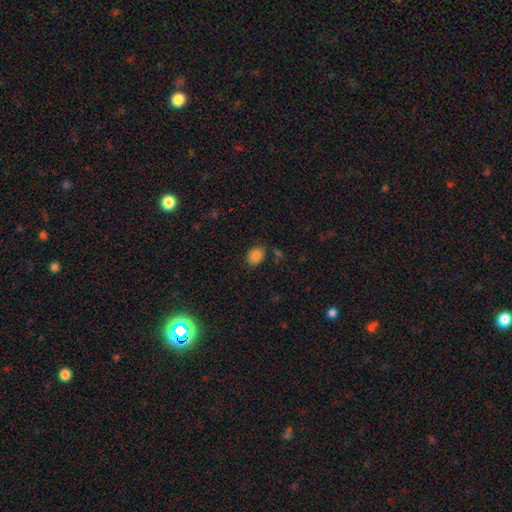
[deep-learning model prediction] smooth_or_featured: smooth (p=0.85) [alt: star or artifact p=0.10]
how_rounded: in between (p=0.68) [alt: round p=0.31]
merging: none (p=0.80) [alt: minor disturbance p=0.13]